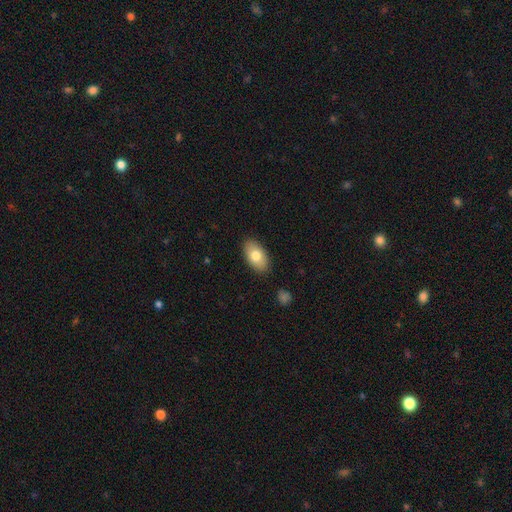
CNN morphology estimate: This is likely a smooth galaxy (78%). How rounded: clearly in between (94%). Merging: clearly none (87%).